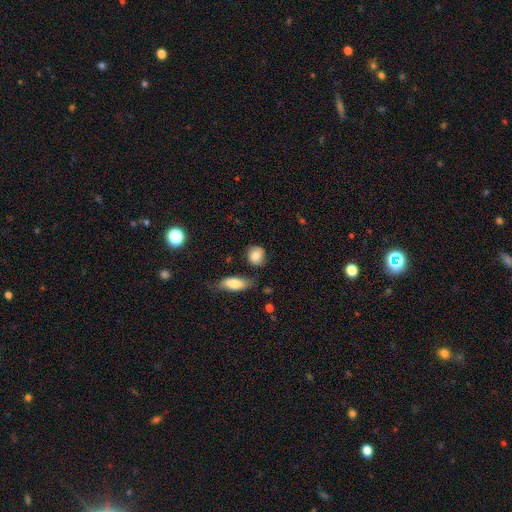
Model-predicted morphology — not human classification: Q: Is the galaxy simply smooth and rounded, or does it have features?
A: smooth — 83%.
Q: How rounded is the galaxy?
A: round — 73%.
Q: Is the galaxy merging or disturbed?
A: none — 71%.